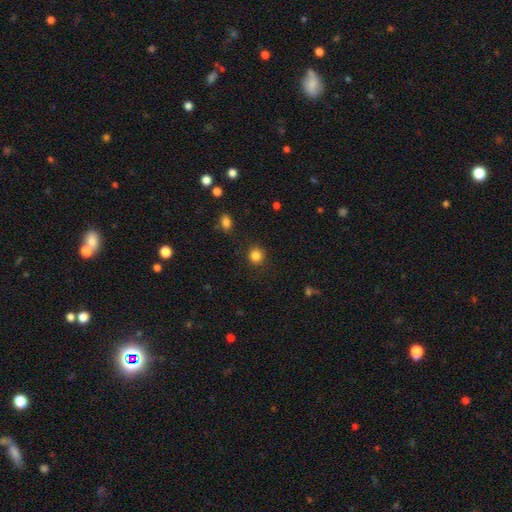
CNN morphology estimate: smooth_or_featured: smooth (p=0.84) [alt: star or artifact p=0.12]
how_rounded: round (p=0.91) [alt: in between p=0.08]
merging: none (p=0.89) [alt: minor disturbance p=0.07]